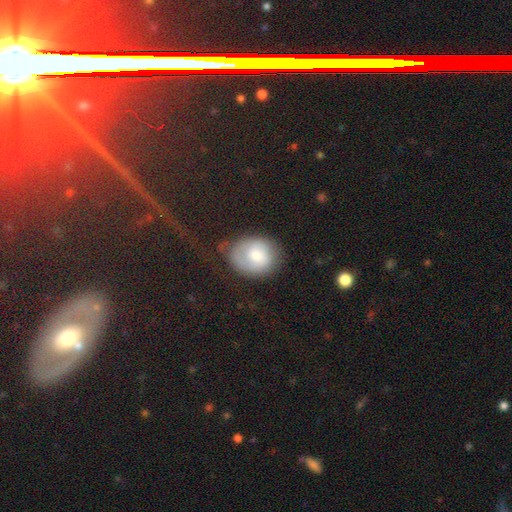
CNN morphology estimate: Smooth or featured? Predicted: smooth (p=0.54). How rounded? Predicted: round (p=0.55). Merging? Predicted: none (p=0.63).